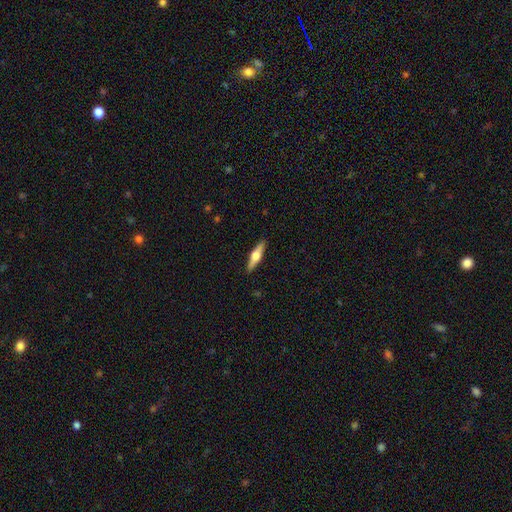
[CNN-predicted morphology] Overall: featured or disk (56%; smooth 38%). Edge-on disk: yes (96%). Edge-on bulge: rounded (94%). Merging: none (91%).